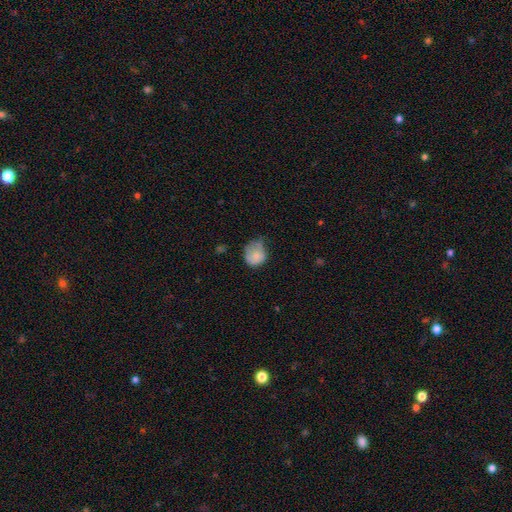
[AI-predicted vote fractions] Smooth or featured: smooth — 73% (featured or disk — 18%)
How rounded: round — 60% (in between — 39%)
Merging: minor disturbance — 43% (none — 34%)